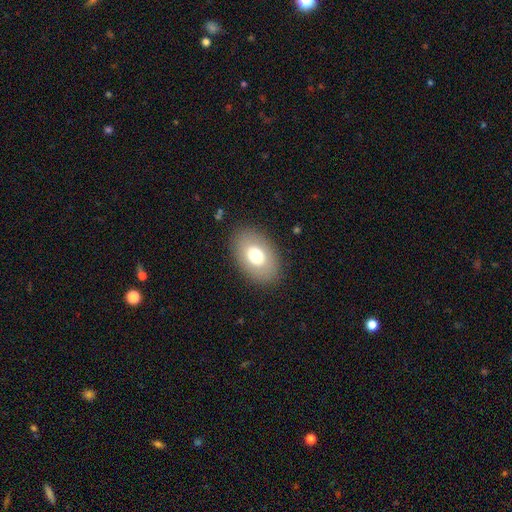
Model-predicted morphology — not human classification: smooth 72%, featured or disk 20%, star or artifact 8%. Down the decision tree: how rounded — in between (85%); merging — none (86%).